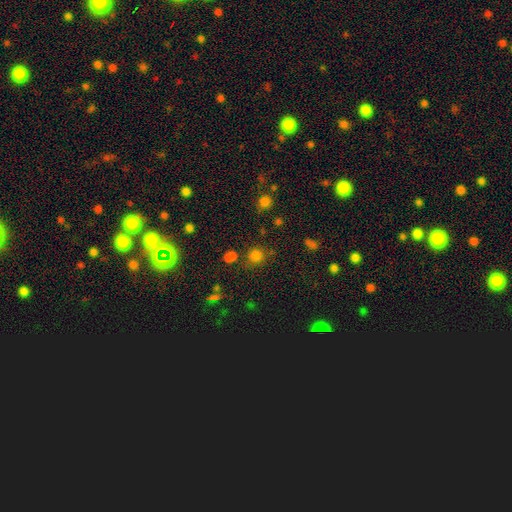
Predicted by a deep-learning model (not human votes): Smooth or featured: smooth — 77% (star or artifact — 18%)
How rounded: round — 87% (in between — 12%)
Merging: none — 75% (minor disturbance — 11%)